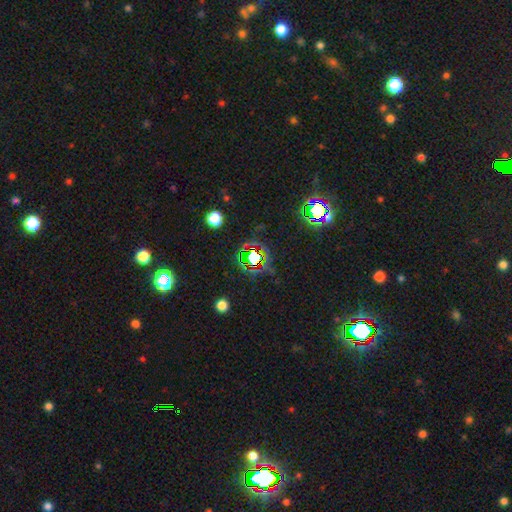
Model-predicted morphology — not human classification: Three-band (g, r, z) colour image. It shows a star or artifact, not a galaxy (70%).